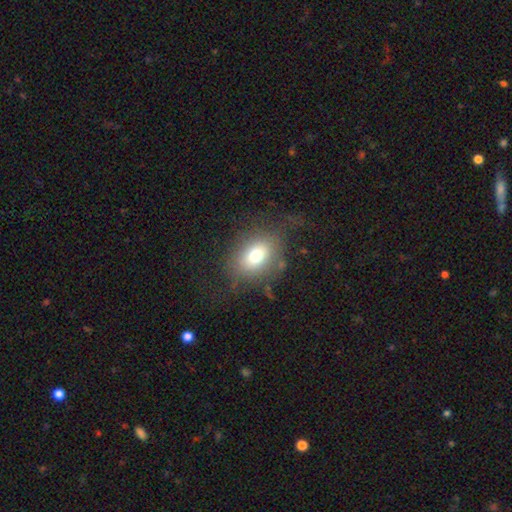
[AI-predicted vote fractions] Q: Smooth or featured?
A: smooth (70%); runner-up: featured or disk (17%)
Q: How rounded?
A: in between (61%); runner-up: round (38%)
Q: Merging?
A: none (69%); runner-up: minor disturbance (17%)